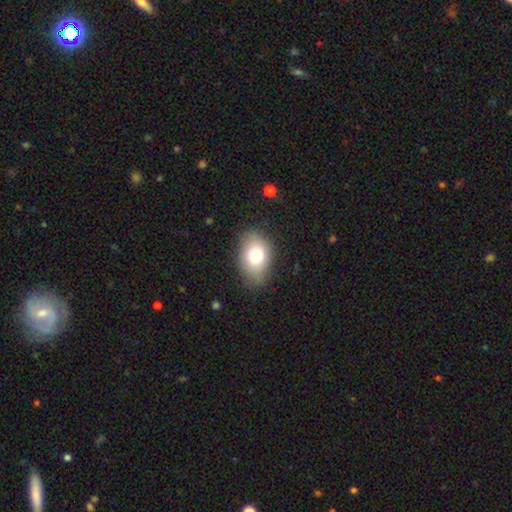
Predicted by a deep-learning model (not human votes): smooth 75%, featured or disk 15%, star or artifact 9%. Down the decision tree: how rounded — in between (82%); merging — none (78%).